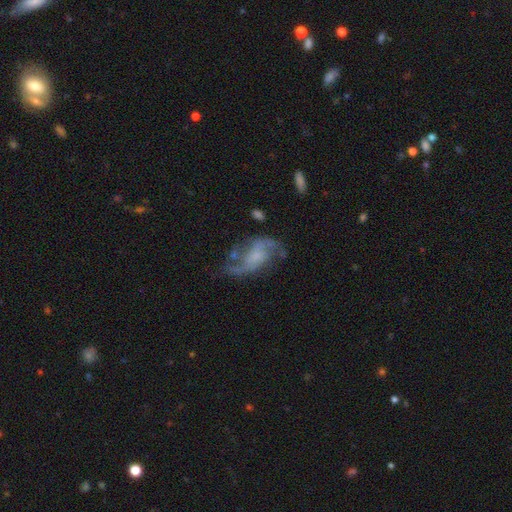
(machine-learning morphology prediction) smooth-or-featured: featured or disk: 82% | smooth: 11% | star or artifact: 7%
  disk-edge-on: no: 96% | yes: 4%
    bar: no: 54% | weak: 37% | strong: 9%
    has-spiral-arms: yes: 92% | no: 8%
      spiral-winding: loose: 61% | medium: 32% | tight: 8%
      spiral-arm-count: 2: 85% | can't tell: 6% | 3: 3% | 1: 3% | 4: 2% | more than 4: 1%
    bulge-size: none: 36% | small: 30% | moderate: 24% | large: 8% | dominant: 2%
  merging: none: 58% | minor disturbance: 20% | major disturbance: 18% | merger: 4%